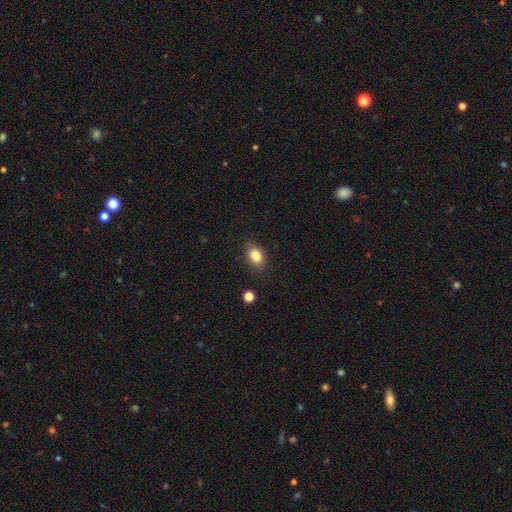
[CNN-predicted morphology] Smooth or featured? smooth (84%)
How rounded? in between (81%)
Merging? none (84%)